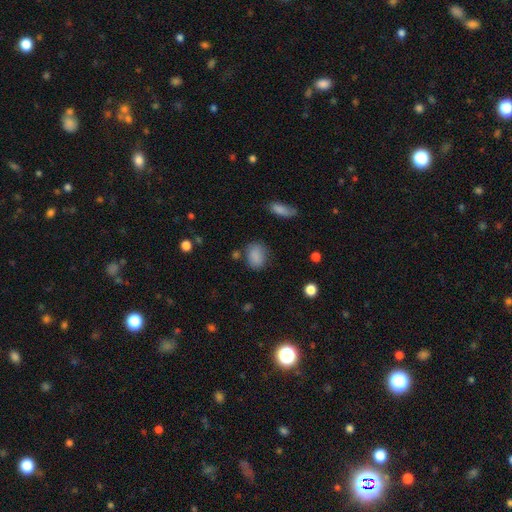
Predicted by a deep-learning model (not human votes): This is clearly a smooth galaxy (85%). How rounded: likely in between (64%). Merging: likely none (72%).